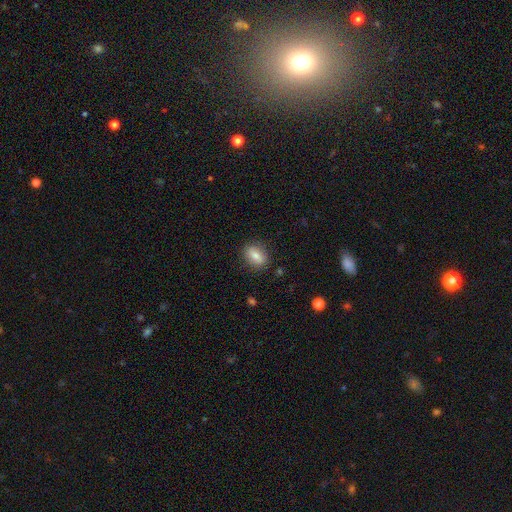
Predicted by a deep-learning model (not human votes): smooth_or_featured: smooth (p=0.78) [alt: featured or disk p=0.14]
how_rounded: in between (p=0.77) [alt: round p=0.18]
merging: none (p=0.85) [alt: minor disturbance p=0.11]